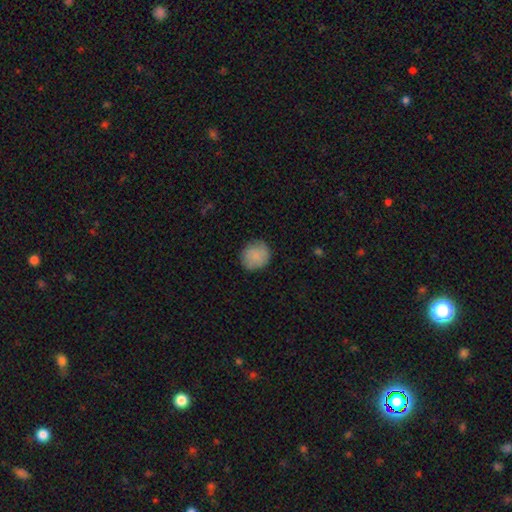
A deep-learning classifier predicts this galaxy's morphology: smooth_or_featured: smooth (p=0.83) [alt: featured or disk p=0.10]
how_rounded: round (p=0.87) [alt: in between p=0.12]
merging: none (p=0.81) [alt: minor disturbance p=0.15]